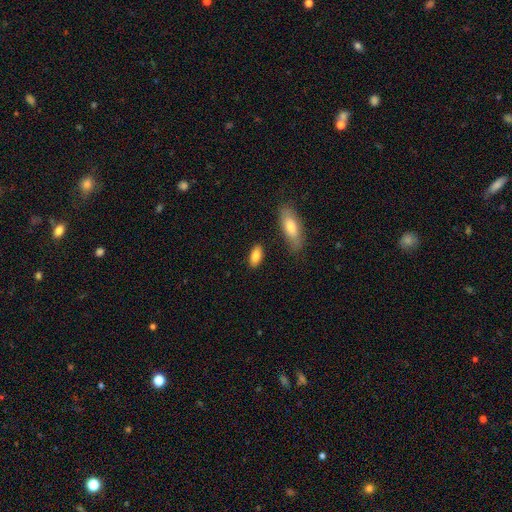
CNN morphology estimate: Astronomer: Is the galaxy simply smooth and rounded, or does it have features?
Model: smooth — 85%.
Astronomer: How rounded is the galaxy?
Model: in between — 87%.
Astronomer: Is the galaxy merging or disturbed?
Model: none — 84%.